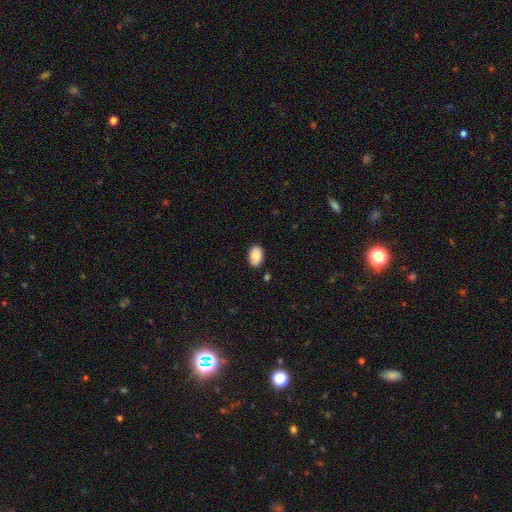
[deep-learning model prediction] This is clearly a smooth galaxy (85%). How rounded: clearly in between (88%). Merging: clearly none (85%).